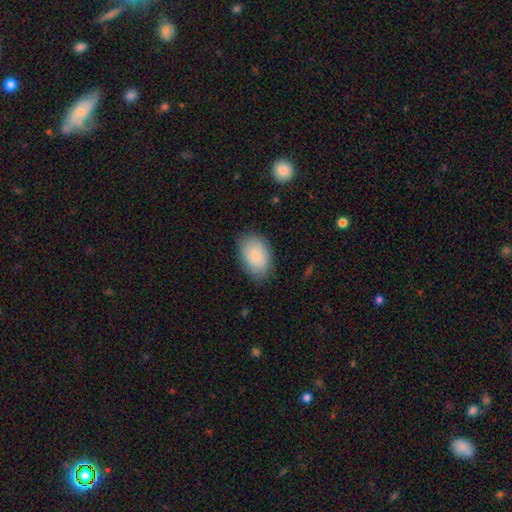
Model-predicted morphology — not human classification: Smooth or featured? Predicted: smooth (p=0.78). How rounded? Predicted: in between (p=0.89). Merging? Predicted: none (p=0.79).